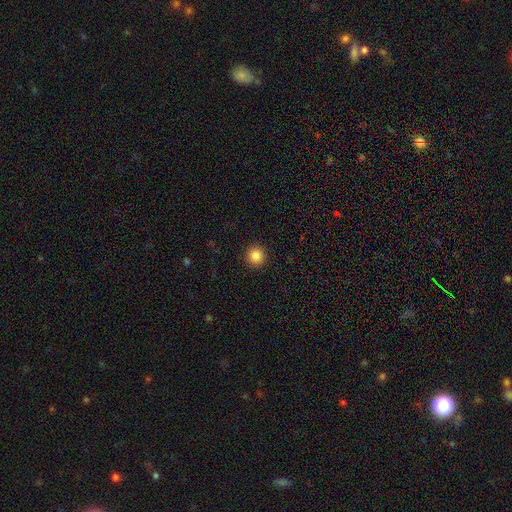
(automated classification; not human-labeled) Morphology: type=smooth (86%); roundness=round (94%); merging=none (93%).